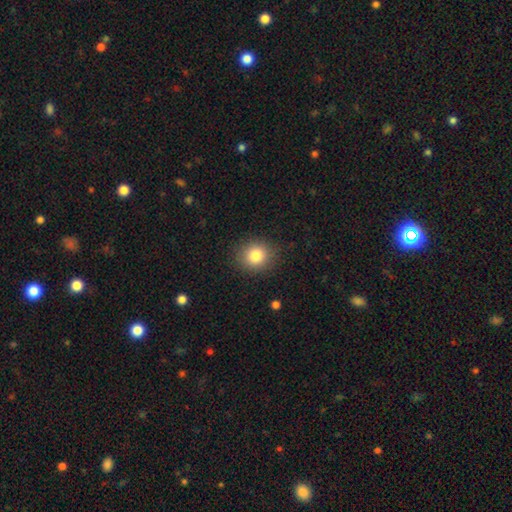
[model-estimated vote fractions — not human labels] This is clearly a smooth galaxy (82%). How rounded: clearly round (82%). Merging: clearly none (88%).